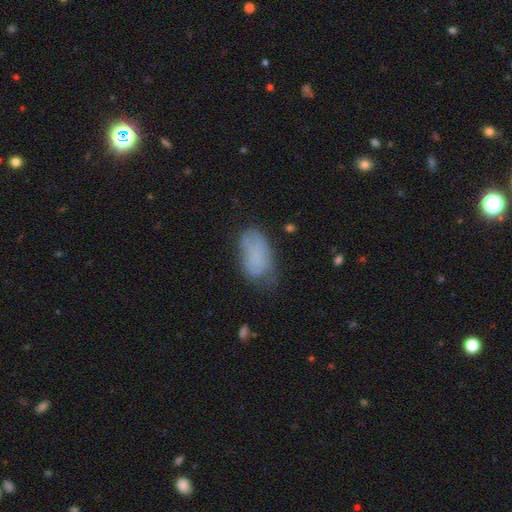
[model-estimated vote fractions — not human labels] Smooth or featured? Predicted: smooth (p=0.73). How rounded? Predicted: in between (p=0.93). Merging? Predicted: none (p=0.52).